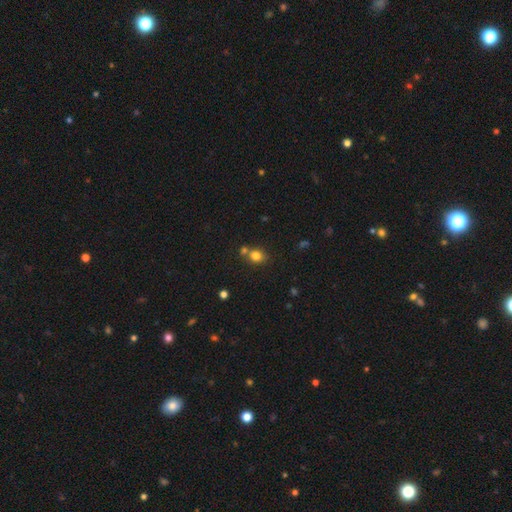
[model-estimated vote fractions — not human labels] Smooth or featured: smooth — 80% (star or artifact — 13%)
How rounded: round — 67% (in between — 32%)
Merging: none — 58% (merger — 29%)